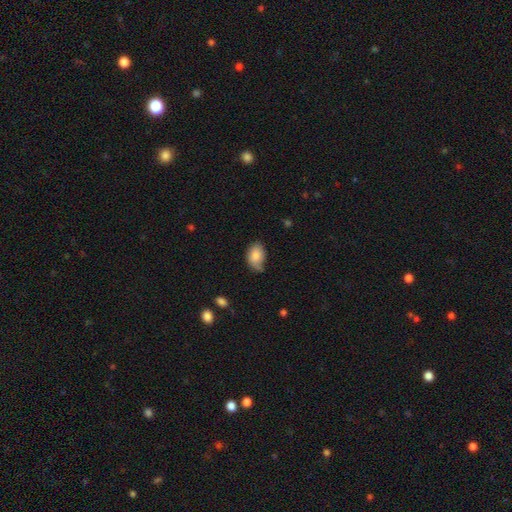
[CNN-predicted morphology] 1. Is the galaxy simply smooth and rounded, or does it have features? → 82% smooth, 10% featured or disk, 8% star or artifact.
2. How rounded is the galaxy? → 85% in between, 14% round, 1% cigar-shaped.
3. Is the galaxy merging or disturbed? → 52% none, 37% minor disturbance, 8% major disturbance, 3% merger.